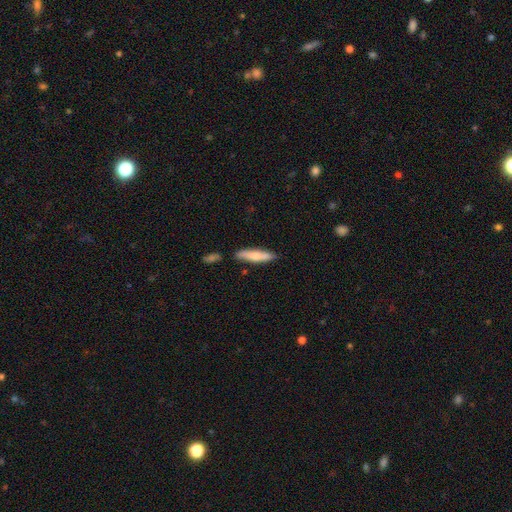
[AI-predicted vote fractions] Q: Smooth or featured?
A: smooth (70%); runner-up: featured or disk (25%)
Q: How rounded?
A: cigar-shaped (81%); runner-up: in between (18%)
Q: Merging?
A: none (79%); runner-up: minor disturbance (13%)